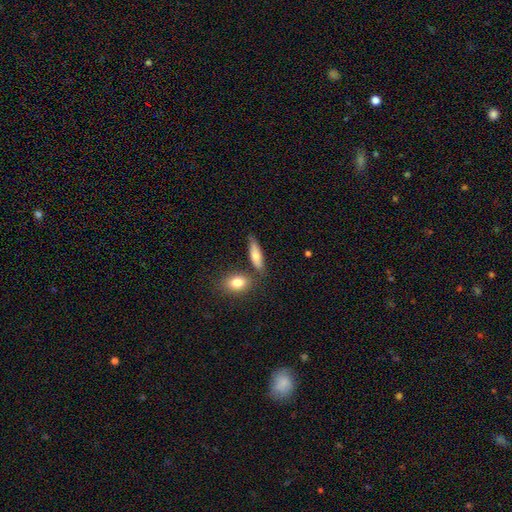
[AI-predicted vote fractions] Smooth or featured? smooth (72%)
How rounded? cigar-shaped (49%)
Merging? none (67%)